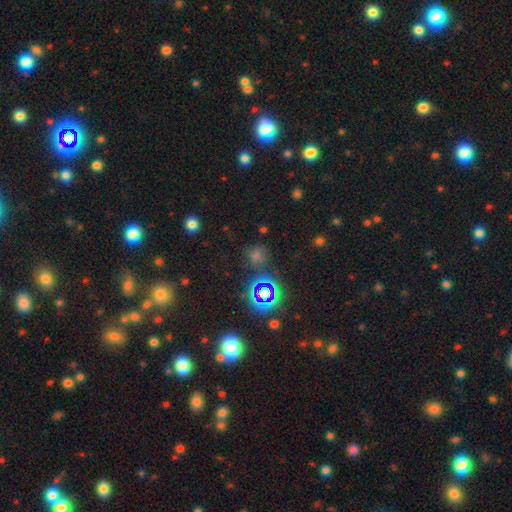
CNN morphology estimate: Smooth or featured? Predicted: star or artifact (p=0.51).